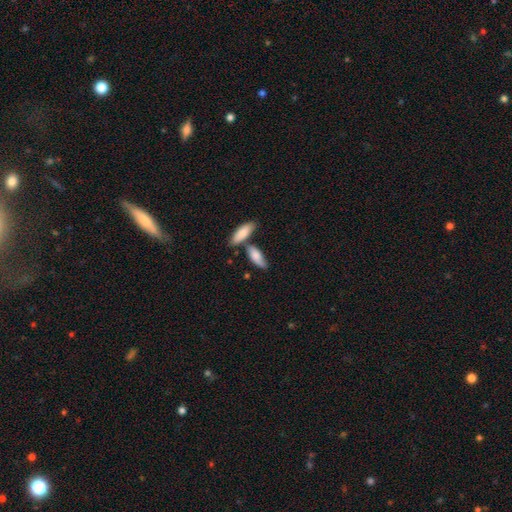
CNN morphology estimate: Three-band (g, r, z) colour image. It shows a smooth galaxy with no disk features (76%) that is in between round and cigar-shaped (71%). Merging: none (49%).